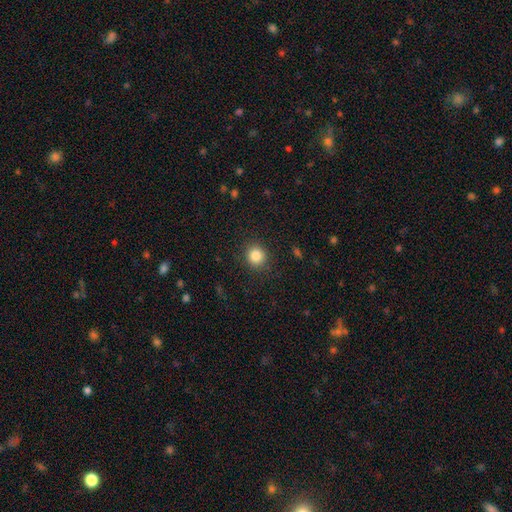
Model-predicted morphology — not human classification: Smooth or featured? smooth (84%)
How rounded? round (89%)
Merging? none (89%)